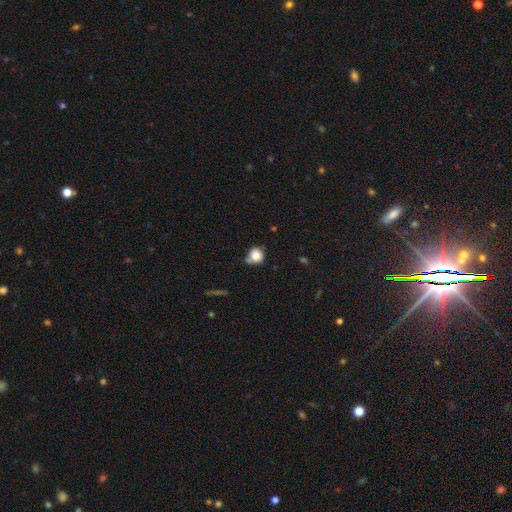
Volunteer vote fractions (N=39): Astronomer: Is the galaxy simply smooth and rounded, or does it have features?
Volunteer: smooth — 72%.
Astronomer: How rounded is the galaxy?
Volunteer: round — 96%.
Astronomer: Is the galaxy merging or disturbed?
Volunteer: none — 43% (runner-up: merger, 29%).